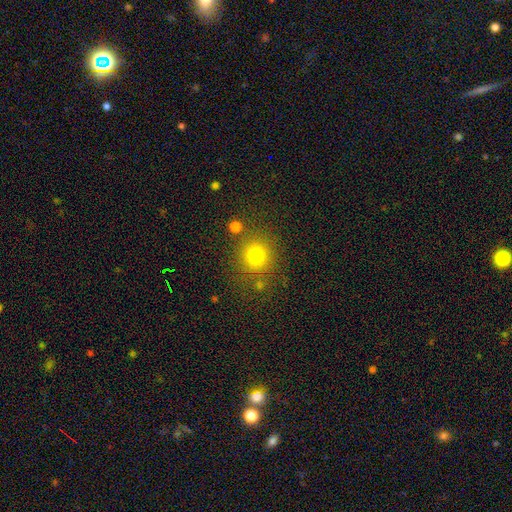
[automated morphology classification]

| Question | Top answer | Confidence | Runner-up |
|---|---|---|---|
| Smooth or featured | smooth | 80% | star or artifact (14%) |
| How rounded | round | 90% | in between (9%) |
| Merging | none | 79% | minor disturbance (10%) |